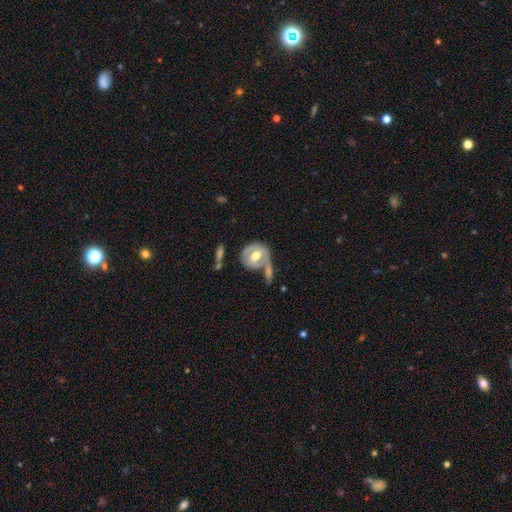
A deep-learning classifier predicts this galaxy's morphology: Smooth or featured? Predicted: featured or disk (p=0.51). Edge-on disk? Predicted: no (p=0.91). Merging? Predicted: none (p=0.43).